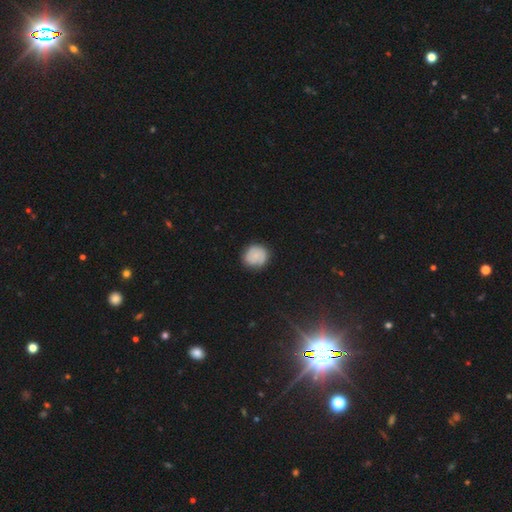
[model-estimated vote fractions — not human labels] Smooth or featured: smooth — 62% (featured or disk — 28%)
How rounded: round — 82% (in between — 17%)
Merging: none — 78% (minor disturbance — 17%)